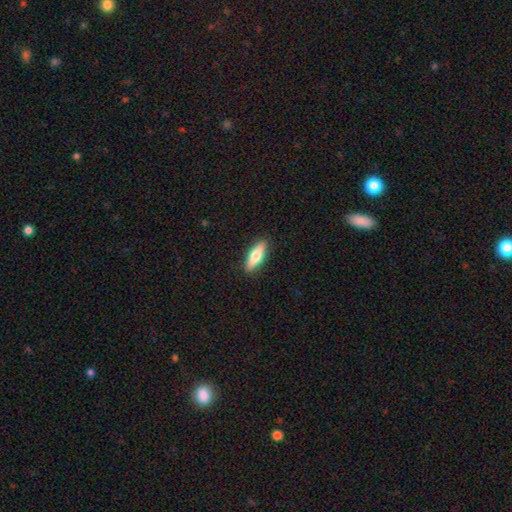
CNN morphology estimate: Overall: smooth (65%; featured or disk 29%). How rounded: cigar-shaped (51%; in between 47%). Merging: none (89%).